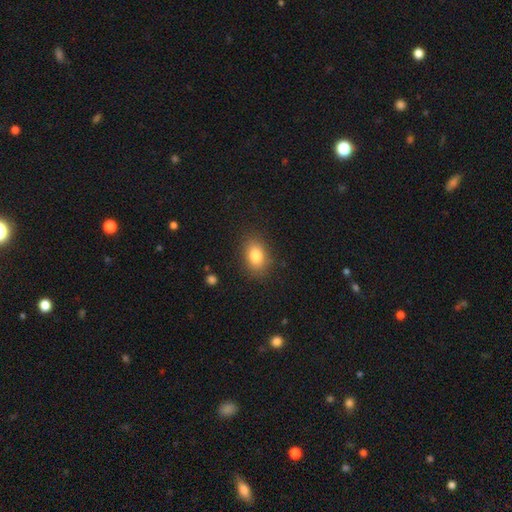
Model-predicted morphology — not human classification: The model was most divided on "how rounded": in between: 79%, round: 20%, cigar-shaped: 1%. More confident: merging — none (85%); smooth or featured — smooth (83%).